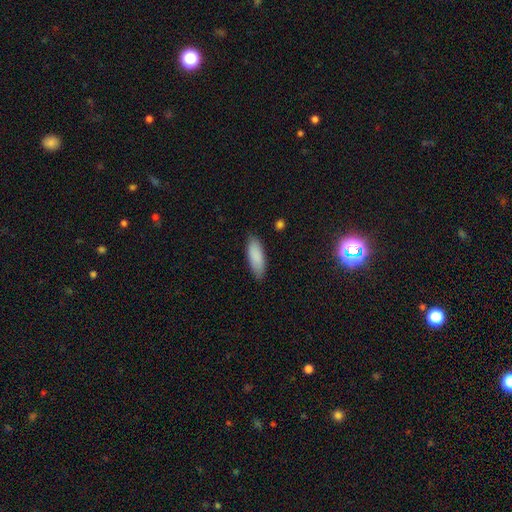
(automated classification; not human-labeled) The model was most divided on "how rounded": in between: 64%, cigar-shaped: 34%, round: 1%. More confident: smooth or featured — smooth (88%); merging — none (85%).